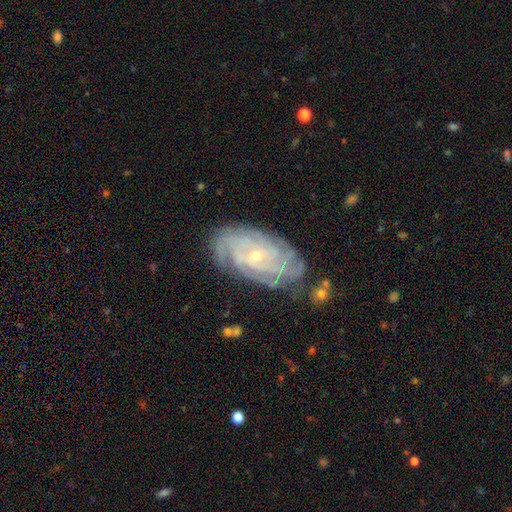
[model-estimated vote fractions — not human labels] smooth-or-featured: featured or disk: 87% | smooth: 7% | star or artifact: 6%
  disk-edge-on: no: 95% | yes: 5%
    bar: no: 67% | weak: 26% | strong: 7%
    has-spiral-arms: yes: 97% | no: 3%
      spiral-winding: tight: 77% | medium: 19% | loose: 4%
      spiral-arm-count: 4: 29% | can't tell: 28% | more than 4: 15% | 3: 14% | 2: 9% | 1: 6%
    bulge-size: small: 74% | moderate: 23% | large: 1% | none: 1% | dominant: 1%
  merging: none: 77% | minor disturbance: 16% | major disturbance: 5% | merger: 2%